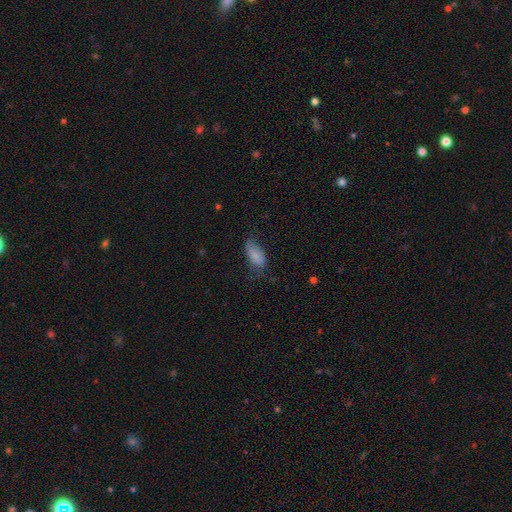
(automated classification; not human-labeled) This appears to be a smooth galaxy with no disk features (79%) that is in between round and cigar-shaped (92%). Merging: none (53%).